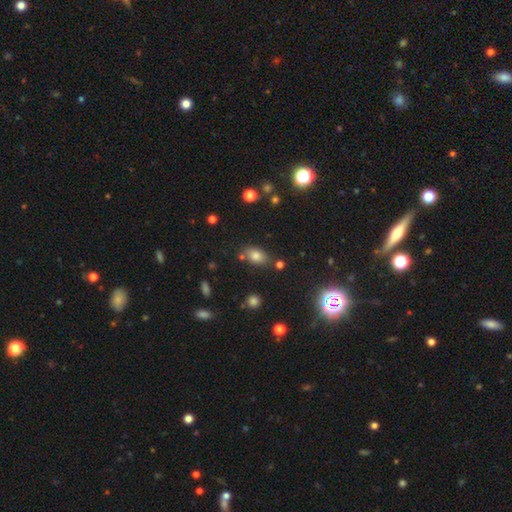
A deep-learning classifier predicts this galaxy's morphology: smooth-or-featured: smooth: 77% | star or artifact: 14% | featured or disk: 10%
  how-rounded: in between: 81% | round: 16% | cigar-shaped: 2%
  merging: none: 72% | minor disturbance: 14% | merger: 9% | major disturbance: 4%